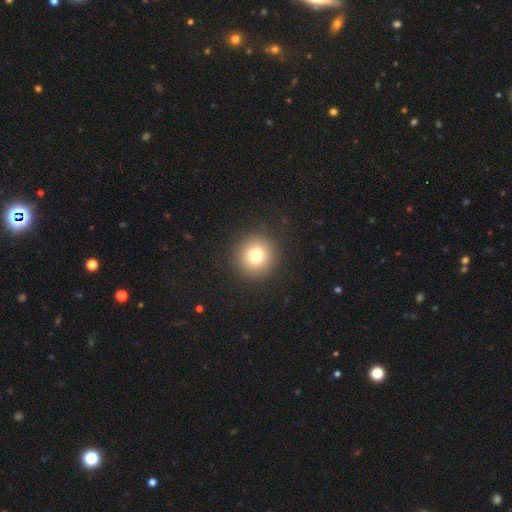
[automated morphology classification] Smooth or featured? Predicted: smooth (p=0.77). How rounded? Predicted: round (p=0.95). Merging? Predicted: none (p=0.91).